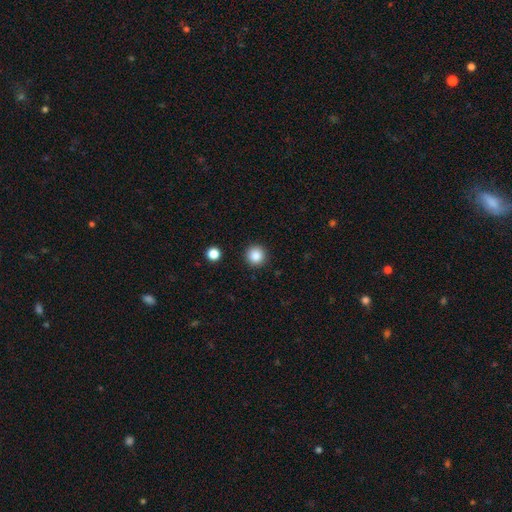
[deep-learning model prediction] A smooth galaxy with no disk features (86%) that is round (95%). Merging: none (91%).